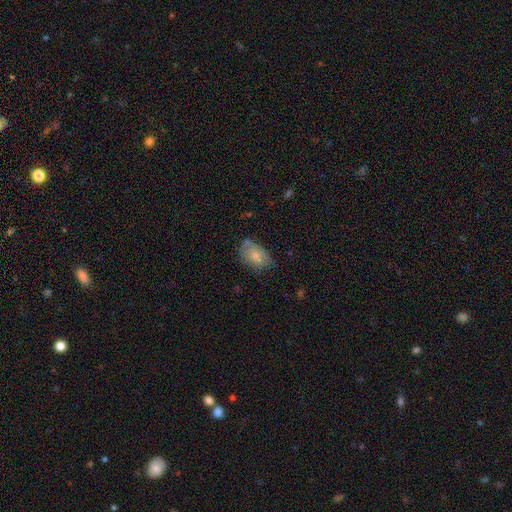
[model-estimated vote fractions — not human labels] smooth-or-featured: smooth: 71% | featured or disk: 21% | star or artifact: 7%
  how-rounded: in between: 88% | round: 10% | cigar-shaped: 2%
  merging: none: 52% | minor disturbance: 34% | major disturbance: 9% | merger: 5%